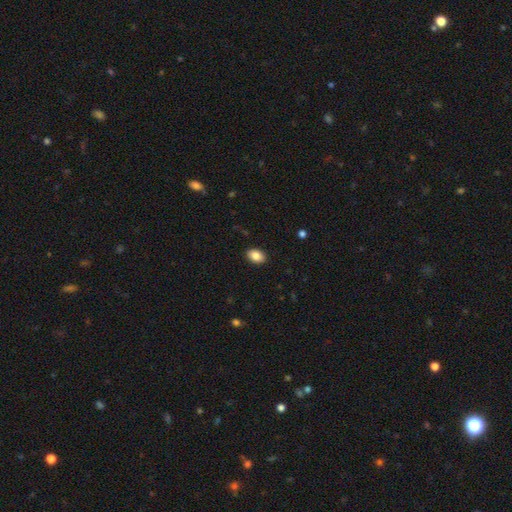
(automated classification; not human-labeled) This appears to be a smooth galaxy with no disk features (87%) that is in between round and cigar-shaped (84%). Merging: none (90%).